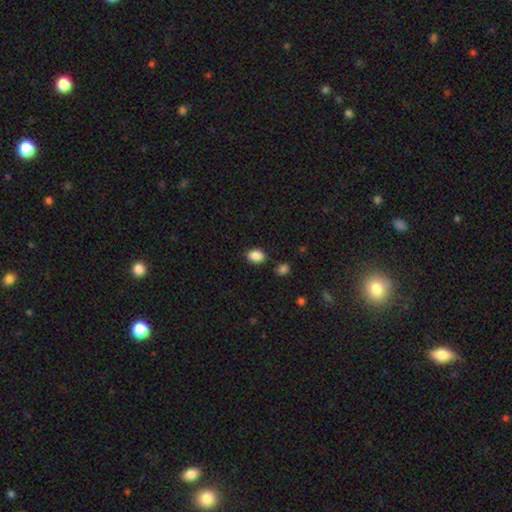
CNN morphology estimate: The model was most divided on "how rounded": in between: 72%, round: 26%, cigar-shaped: 1%. More confident: smooth or featured — smooth (88%); merging — none (82%).